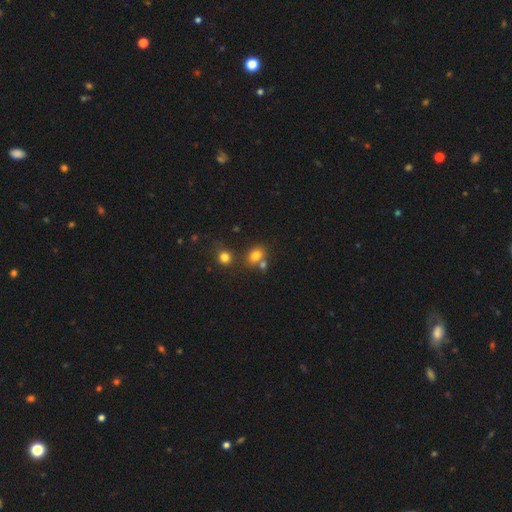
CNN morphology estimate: Smooth or featured?
  - smooth: 78% *
  - star or artifact: 13%
  - featured or disk: 9%
How rounded?
  - in between: 58% *
  - round: 41%
  - cigar-shaped: 1%
Merging?
  - none: 55% *
  - merger: 28%
  - minor disturbance: 12%
  - major disturbance: 4%